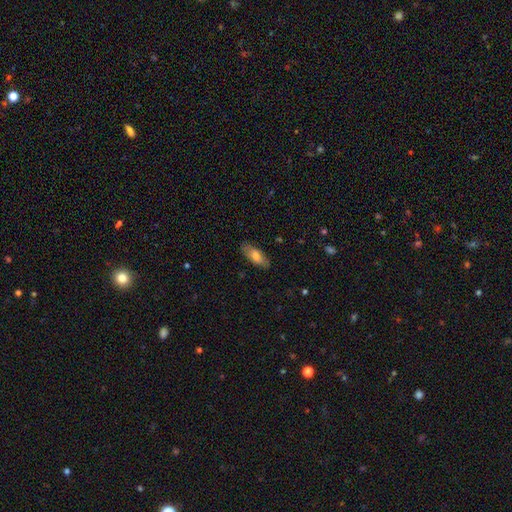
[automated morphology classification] This is likely a smooth galaxy (70%). How rounded: likely in between (77%). Merging: clearly none (82%).